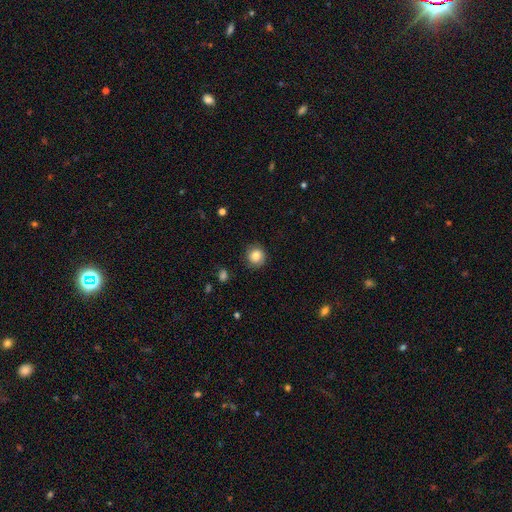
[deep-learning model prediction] A smooth galaxy with no disk features (79%) that is round (88%).

Vote fractions:
- Smooth or featured? smooth: 79% / featured or disk: 12% / star or artifact: 9%
- How rounded? round: 88% / in between: 11% / cigar-shaped: 1%
- Merging? none: 82% / minor disturbance: 13% / major disturbance: 4% / merger: 1%